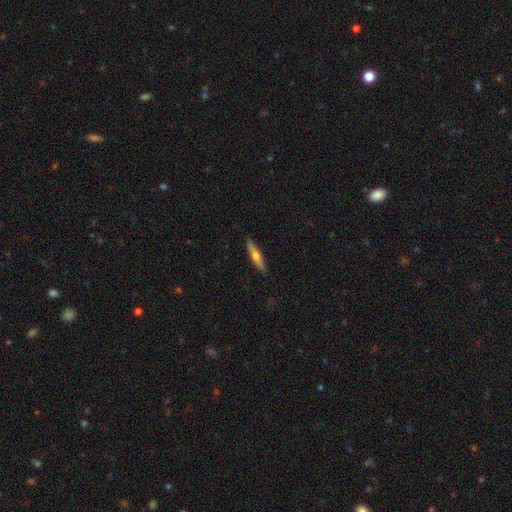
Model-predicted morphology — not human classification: Smooth or featured? Predicted: smooth (p=0.54). How rounded? Predicted: cigar-shaped (p=0.82). Merging? Predicted: none (p=0.88).